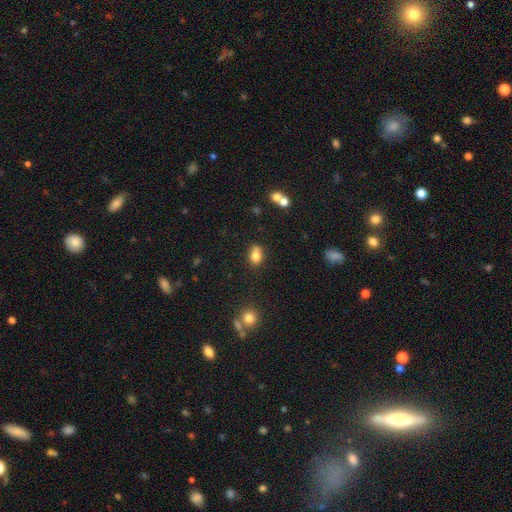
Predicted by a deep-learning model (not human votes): A smooth galaxy with no disk features (79%) that is in between round and cigar-shaped (57%).

Vote fractions:
- Smooth or featured? smooth: 79% / star or artifact: 12% / featured or disk: 9%
- How rounded? in between: 57% / round: 42% / cigar-shaped: 1%
- Merging? none: 59% / minor disturbance: 20% / merger: 16% / major disturbance: 5%